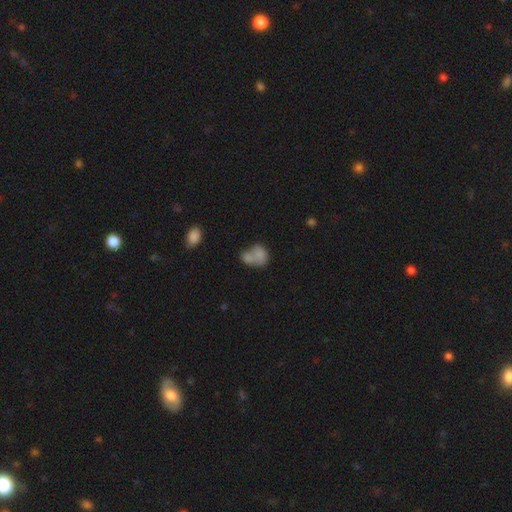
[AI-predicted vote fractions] Smooth or featured: smooth — 77% (featured or disk — 13%)
How rounded: in between — 58% (round — 40%)
Merging: merger — 60% (none — 23%)